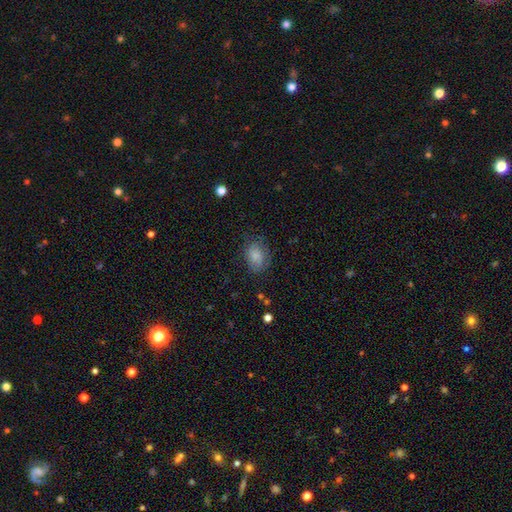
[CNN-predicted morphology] Smooth or featured? smooth (80%)
How rounded? in between (75%)
Merging? none (67%)